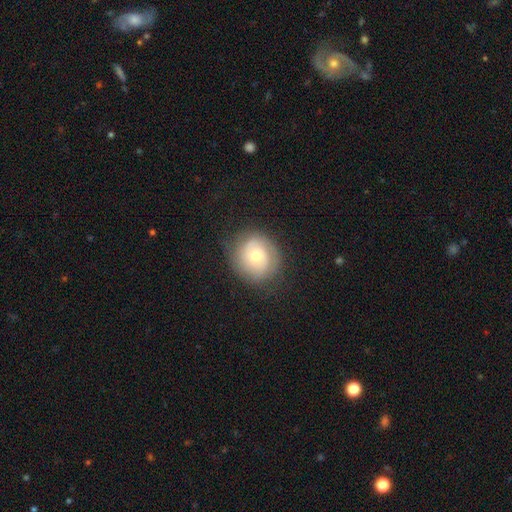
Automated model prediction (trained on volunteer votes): The model was most divided on "smooth or featured": featured or disk: 47%, smooth: 45%, star or artifact: 8%. More confident: merging — none (74%).